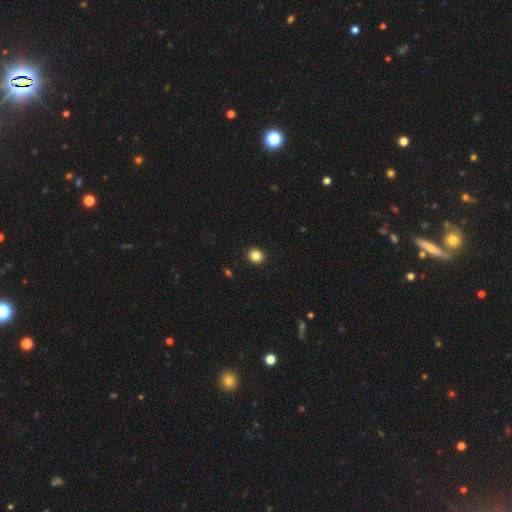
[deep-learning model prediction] Smooth or featured: smooth — 85% (star or artifact — 11%)
How rounded: round — 86% (in between — 13%)
Merging: none — 93% (minor disturbance — 5%)